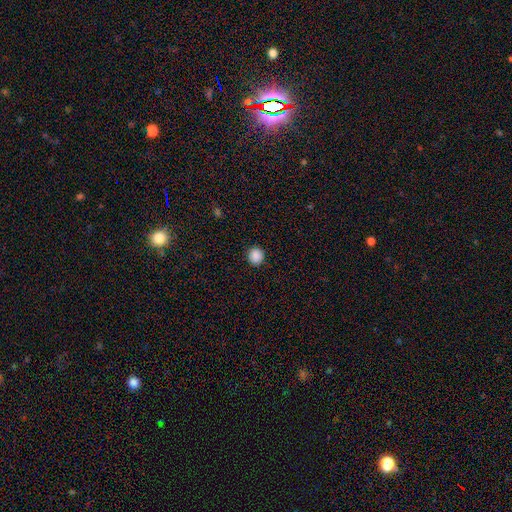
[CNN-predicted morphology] Overall: smooth (88%). How rounded: round (88%). Merging: none (91%).